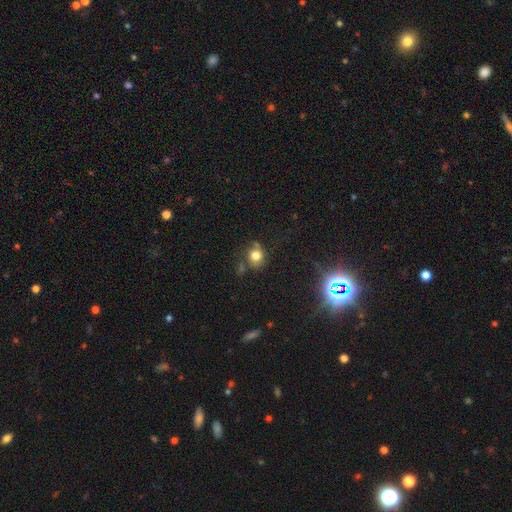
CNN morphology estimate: Smooth or featured: smooth — 73% (star or artifact — 14%)
How rounded: round — 72% (in between — 27%)
Merging: none — 58% (minor disturbance — 23%)